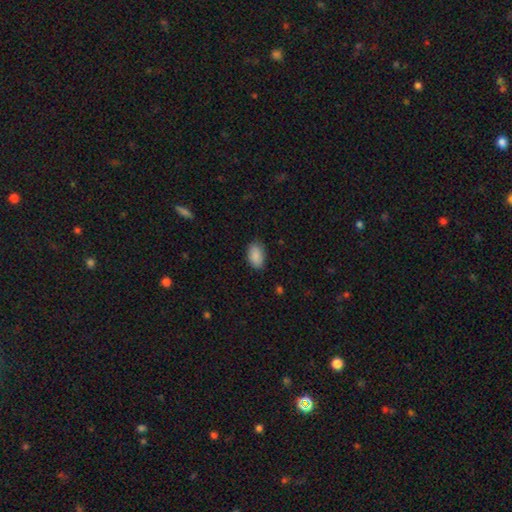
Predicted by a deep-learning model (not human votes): Smooth or featured? Predicted: smooth (p=0.90). How rounded? Predicted: in between (p=0.92). Merging? Predicted: none (p=0.82).